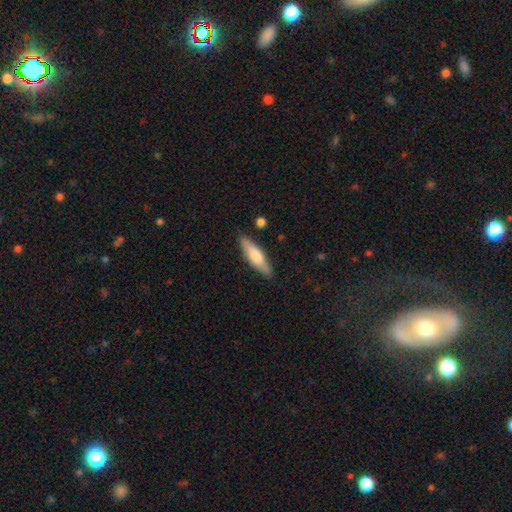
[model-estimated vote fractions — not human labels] smooth_or_featured: smooth (p=0.62) [alt: featured or disk p=0.33]
how_rounded: cigar-shaped (p=0.69) [alt: in between p=0.30]
merging: none (p=0.86) [alt: minor disturbance p=0.10]